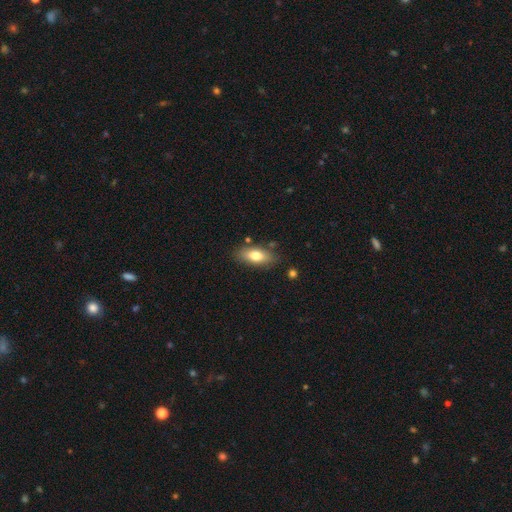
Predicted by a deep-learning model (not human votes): This appears to be a smooth galaxy with no disk features (76%) that is in between round and cigar-shaped (83%). Merging: none (80%).